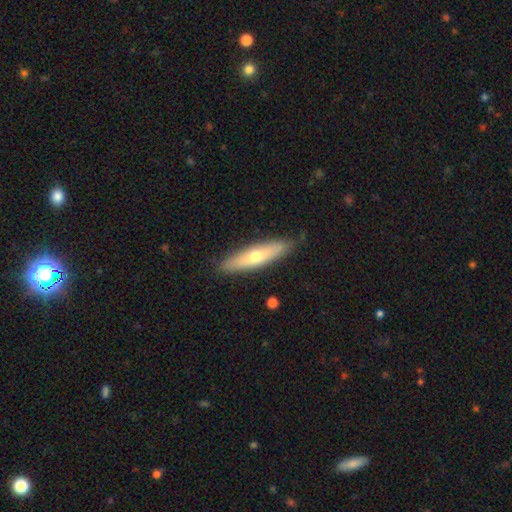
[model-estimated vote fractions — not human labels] A smooth galaxy with no disk features (53%) that is cigar-shaped (74%).

Vote fractions:
- Smooth or featured? smooth: 53% / featured or disk: 41% / star or artifact: 6%
- How rounded? cigar-shaped: 74% / in between: 24% / round: 2%
- Merging? none: 87% / minor disturbance: 10% / major disturbance: 2% / merger: 1%